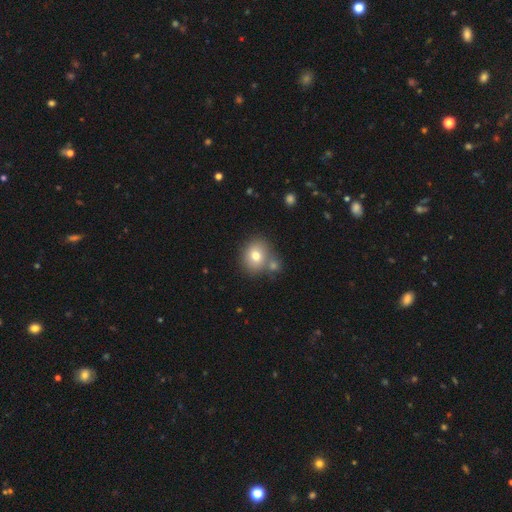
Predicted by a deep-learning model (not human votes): Smooth or featured? Predicted: smooth (p=0.74). How rounded? Predicted: round (p=0.71). Merging? Predicted: none (p=0.58).